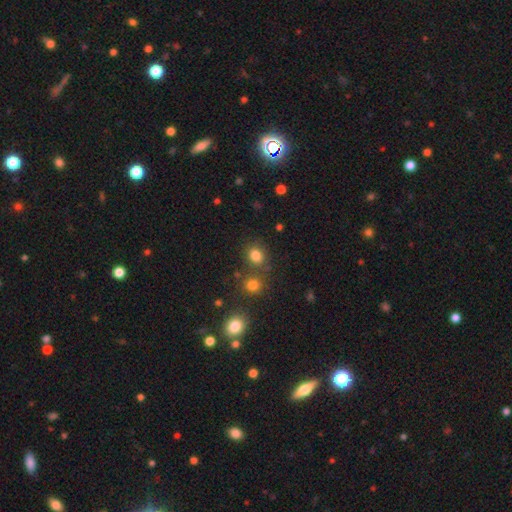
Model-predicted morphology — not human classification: smooth 80%, star or artifact 14%, featured or disk 5%. Down the decision tree: how rounded — round (59%); merging — none (72%).